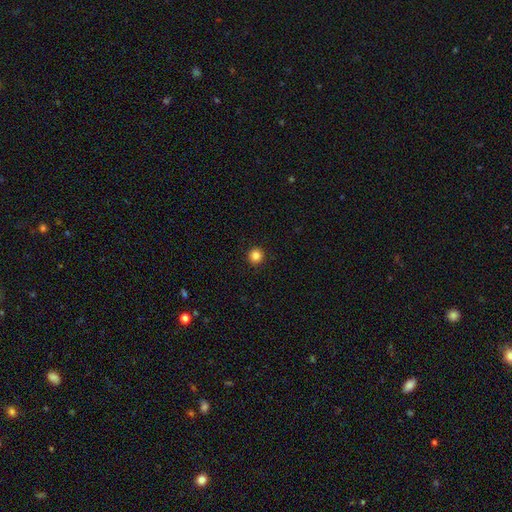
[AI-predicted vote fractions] smooth-or-featured: smooth: 85% | star or artifact: 12% | featured or disk: 3%
  how-rounded: round: 95% | in between: 4% | cigar-shaped: 1%
  merging: none: 93% | minor disturbance: 4% | major disturbance: 2% | merger: 1%